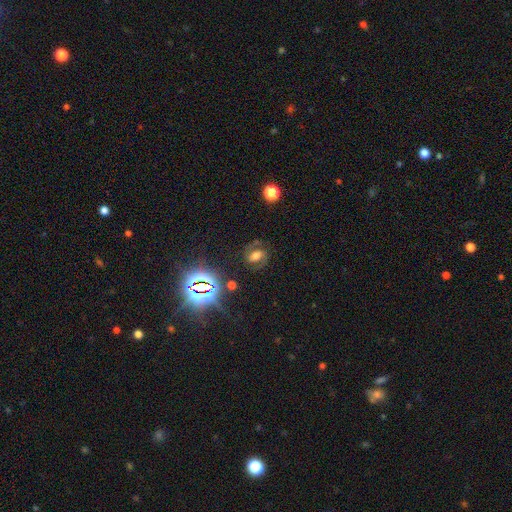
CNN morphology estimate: Smooth or featured?
  - featured or disk: 53% *
  - smooth: 24%
  - star or artifact: 23%
Edge-on disk?
  - no: 96% *
  - yes: 4%
Bar?
  - weak: 38% *
  - strong: 32%
  - no: 30%
Spiral arms?
  - yes: 86% *
  - no: 14%
Bulge size?
  - moderate: 51% *
  - large: 26%
  - small: 14%
  - none: 5%
  - dominant: 4%
Merging?
  - none: 73% *
  - minor disturbance: 15%
  - major disturbance: 9%
  - merger: 2%